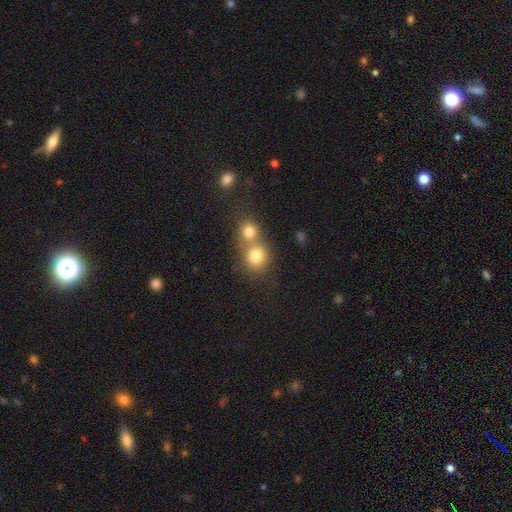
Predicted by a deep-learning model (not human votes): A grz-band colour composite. It shows a smooth galaxy with no disk features (78%) that is round (83%). Merging: merger (52%).